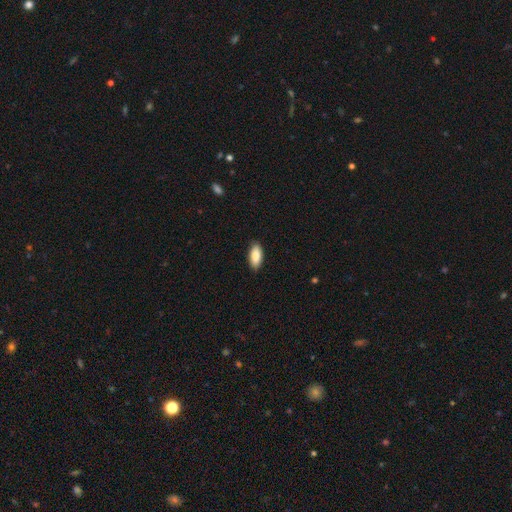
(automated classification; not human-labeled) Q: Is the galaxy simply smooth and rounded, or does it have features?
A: smooth — 86%.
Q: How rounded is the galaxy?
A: in between — 87%.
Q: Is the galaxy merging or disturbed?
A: none — 88%.